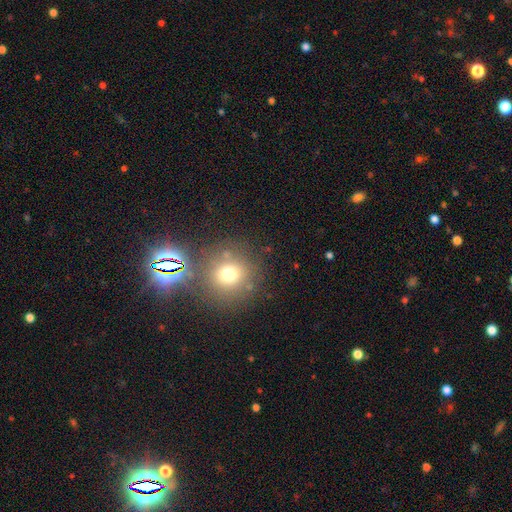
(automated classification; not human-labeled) Q: Smooth or featured?
A: star or artifact (45%); runner-up: smooth (44%)